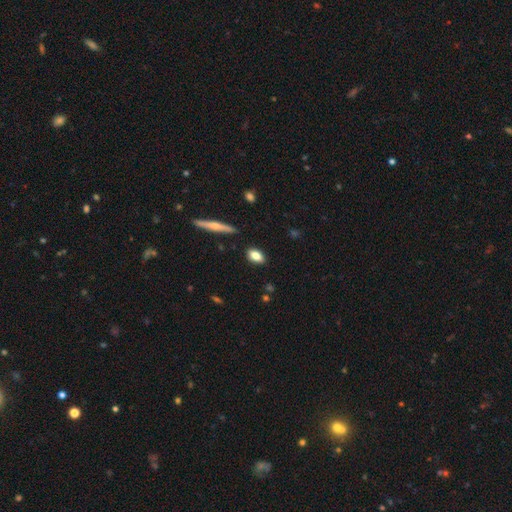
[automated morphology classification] This is clearly a smooth galaxy (80%). How rounded: clearly in between (84%). Merging: clearly none (87%).